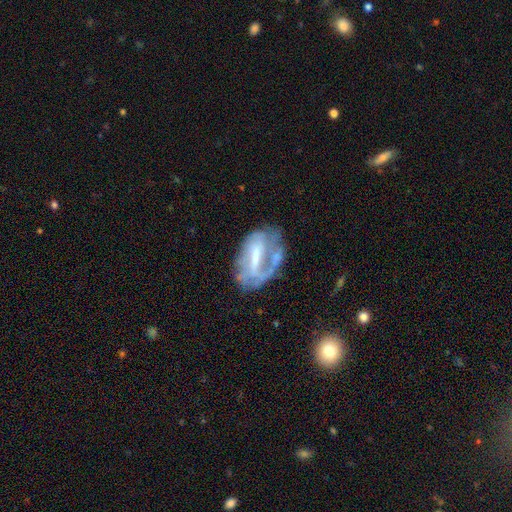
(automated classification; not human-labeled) Smooth or featured? Predicted: featured or disk (p=0.69). Edge-on disk? Predicted: no (p=0.94). Bar? Predicted: strong (p=0.47). Spiral arms? Predicted: yes (p=0.58). Bulge size? Predicted: moderate (p=0.33). Merging? Predicted: none (p=0.40).